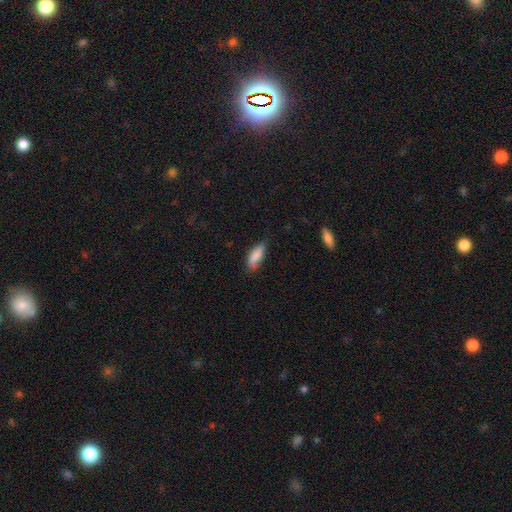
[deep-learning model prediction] A smooth galaxy with no disk features (86%) that is in between round and cigar-shaped (68%). Merging: none (65%).